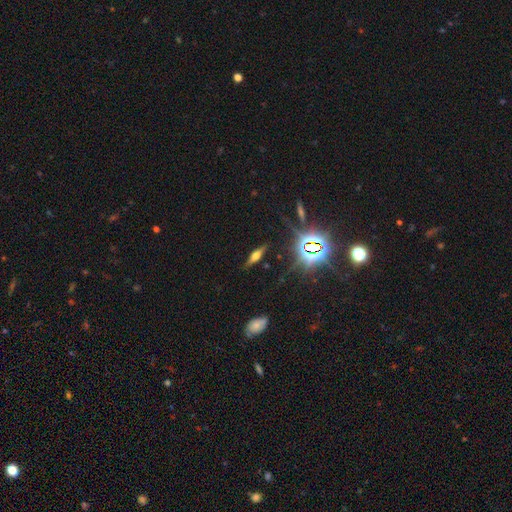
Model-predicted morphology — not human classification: Q: Smooth or featured?
A: featured or disk (48%); runner-up: smooth (27%)
Q: Merging?
A: none (83%); runner-up: minor disturbance (11%)